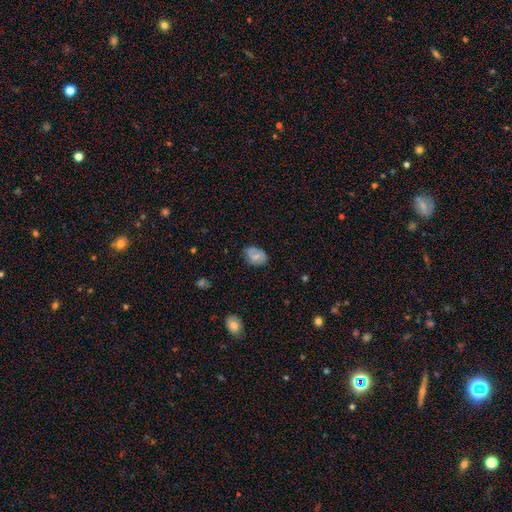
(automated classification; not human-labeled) Smooth or featured: smooth — 60% (featured or disk — 30%)
How rounded: in between — 76% (round — 22%)
Merging: none — 74% (minor disturbance — 20%)